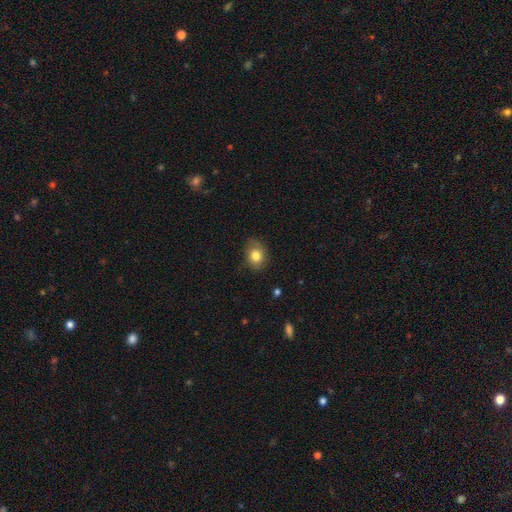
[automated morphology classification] A smooth galaxy with no disk features (81%) that is in between round and cigar-shaped (51%).

Vote fractions:
- Smooth or featured? smooth: 81% / featured or disk: 10% / star or artifact: 9%
- How rounded? in between: 51% / round: 48% / cigar-shaped: 1%
- Merging? none: 75% / minor disturbance: 20% / major disturbance: 4% / merger: 1%